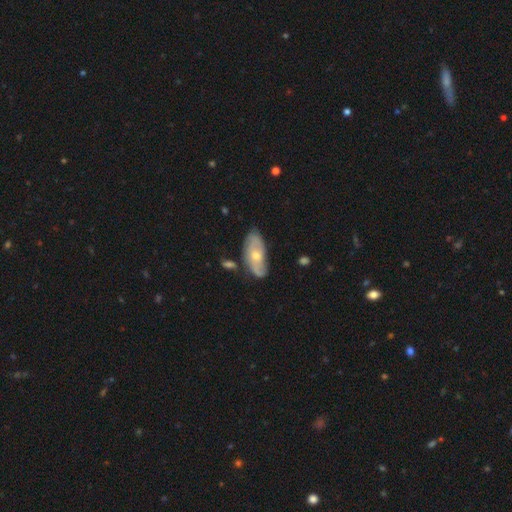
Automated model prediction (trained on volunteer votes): Q: Smooth or featured?
A: featured or disk (58%); runner-up: smooth (35%)
Q: Edge-on disk?
A: no (85%); runner-up: yes (15%)
Q: Merging?
A: none (71%); runner-up: minor disturbance (20%)